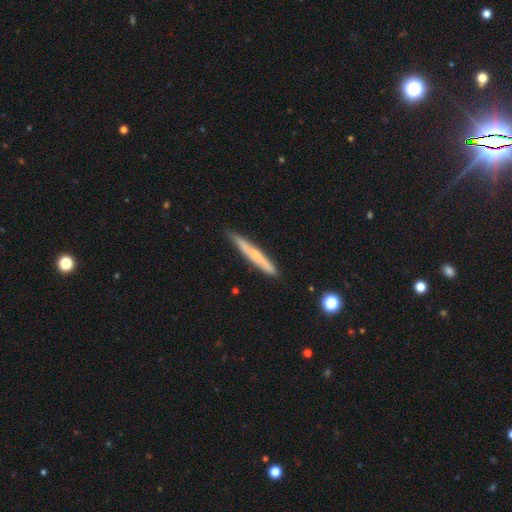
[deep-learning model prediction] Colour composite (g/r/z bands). It shows a smooth galaxy with no disk features (50%) that is cigar-shaped (96%). Merging: none (82%).